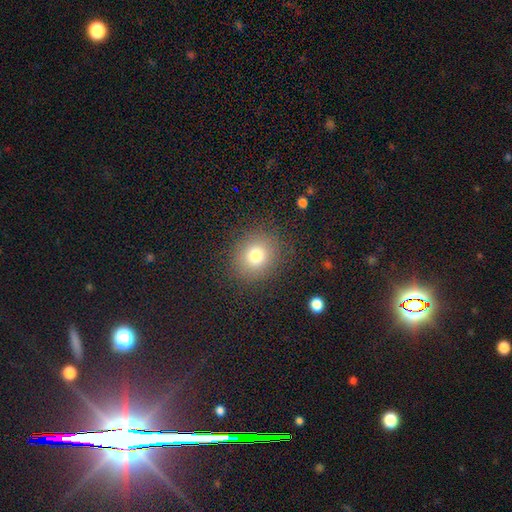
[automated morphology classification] This is likely a smooth galaxy (77%). How rounded: likely round (76%). Merging: clearly none (87%).